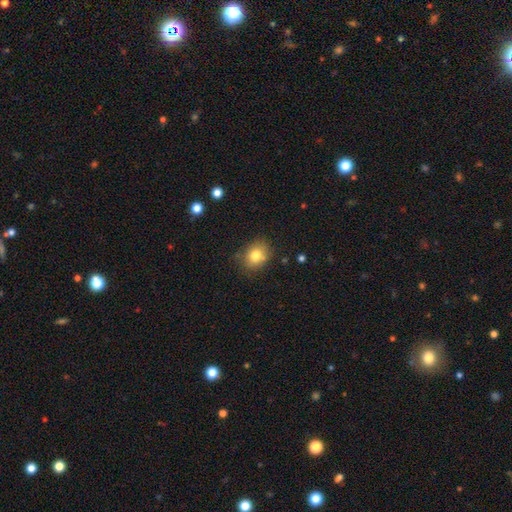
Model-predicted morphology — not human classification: type=smooth (78%); roundness=round (56%); merging=none (77%).